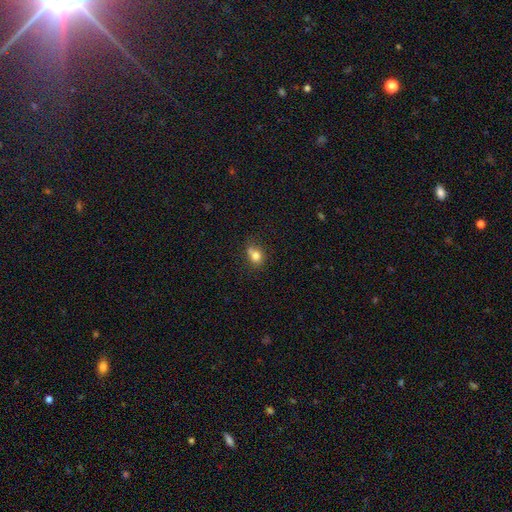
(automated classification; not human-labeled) Overall: smooth (77%). How rounded: round (55%; in between 44%). Merging: none (47%; minor disturbance 24%).